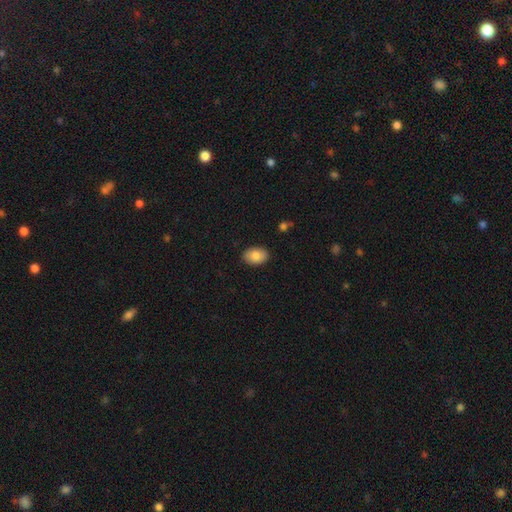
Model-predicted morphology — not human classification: A smooth galaxy with no disk features (84%) that is in between round and cigar-shaped (86%). Merging: none (88%).